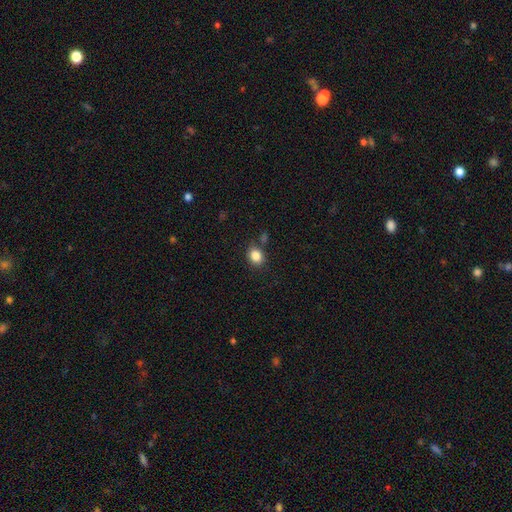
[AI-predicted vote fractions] Smooth or featured?
  - smooth: 85% *
  - star or artifact: 10%
  - featured or disk: 5%
How rounded?
  - round: 55% *
  - in between: 44%
  - cigar-shaped: 1%
Merging?
  - none: 77% *
  - minor disturbance: 12%
  - merger: 8%
  - major disturbance: 4%